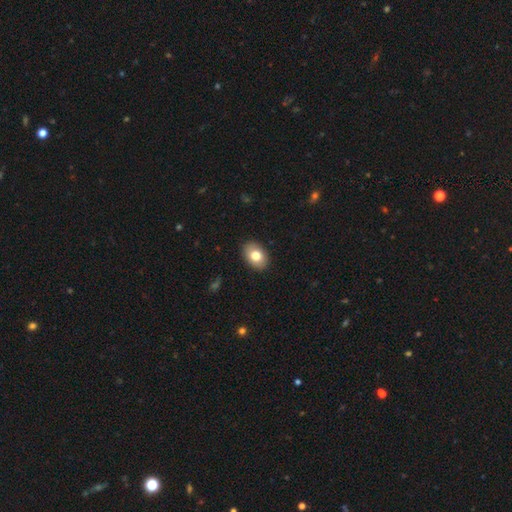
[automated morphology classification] Smooth or featured? Predicted: smooth (p=0.78). How rounded? Predicted: in between (p=0.82). Merging? Predicted: none (p=0.89).